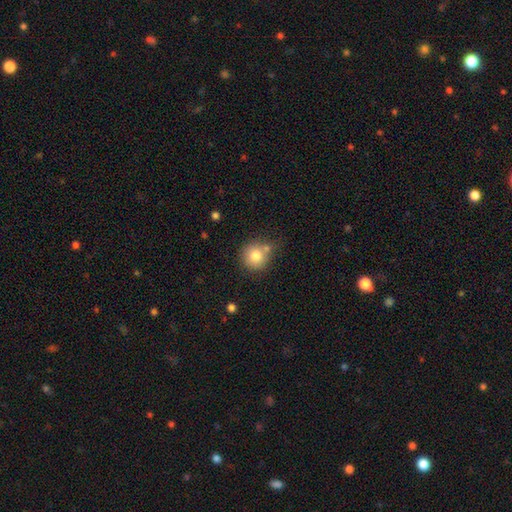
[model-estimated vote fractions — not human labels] Smooth or featured? Predicted: smooth (p=0.80). How rounded? Predicted: round (p=0.91). Merging? Predicted: none (p=0.63).